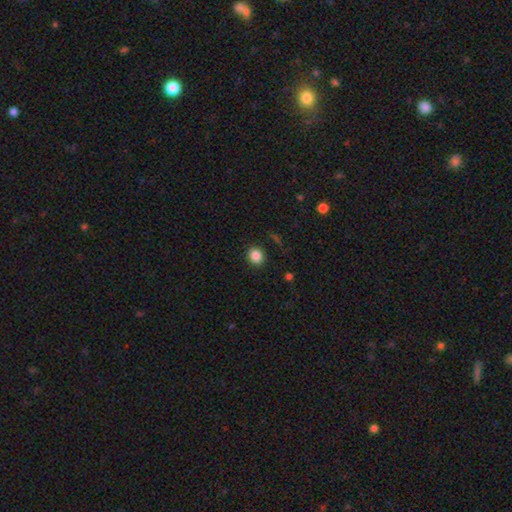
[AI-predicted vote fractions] The model was most divided on "how rounded": round: 75%, in between: 24%, cigar-shaped: 1%. More confident: merging — none (89%); smooth or featured — smooth (86%).